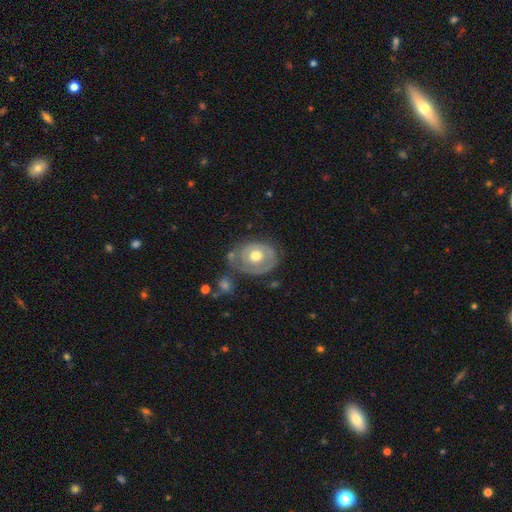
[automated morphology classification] Q: Smooth or featured?
A: featured or disk (61%); runner-up: smooth (34%)
Q: Edge-on disk?
A: no (95%); runner-up: yes (5%)
Q: Bar?
A: no (86%); runner-up: weak (11%)
Q: Spiral arms?
A: no (55%); runner-up: yes (45%)
Q: Bulge size?
A: moderate (71%); runner-up: large (20%)
Q: Merging?
A: none (54%); runner-up: minor disturbance (26%)